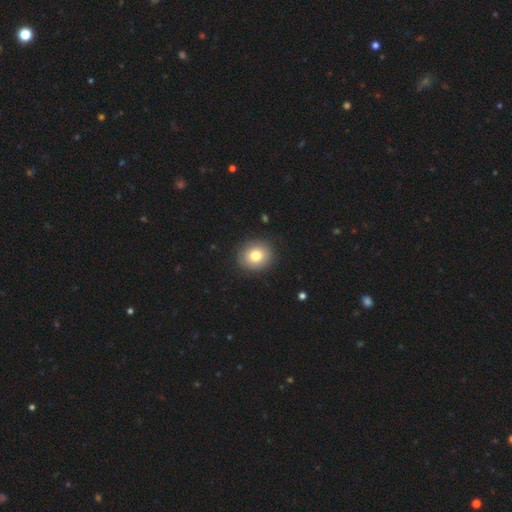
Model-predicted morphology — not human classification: Smooth or featured? smooth (79%)
How rounded? round (76%)
Merging? none (89%)